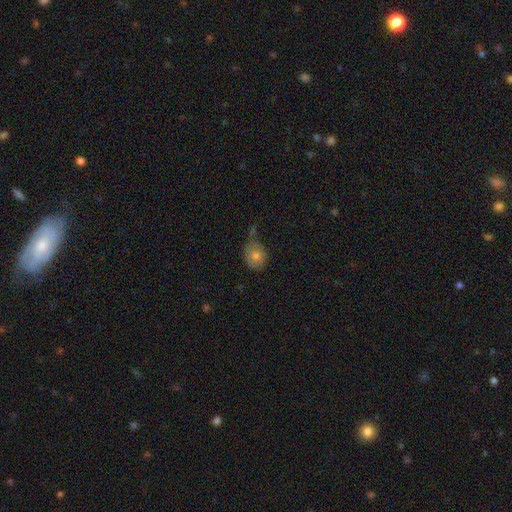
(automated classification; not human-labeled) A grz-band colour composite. It shows a smooth galaxy with no disk features (74%) that is round (61%). Merging: none (47%).